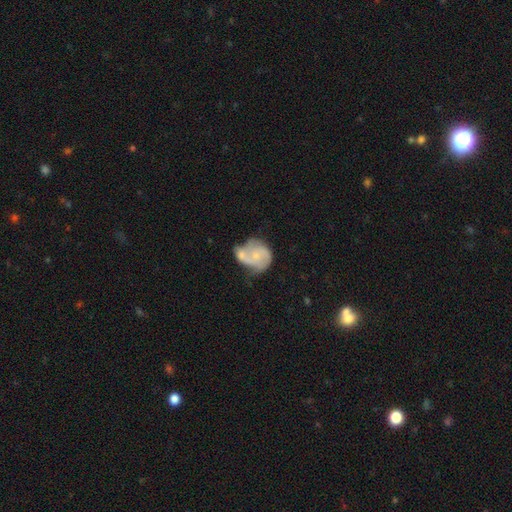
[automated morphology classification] Smooth or featured?
  - featured or disk: 56% *
  - smooth: 38%
  - star or artifact: 6%
Edge-on disk?
  - no: 98% *
  - yes: 2%
Bar?
  - no: 74% *
  - weak: 22%
  - strong: 4%
Spiral arms?
  - yes: 71% *
  - no: 29%
Bulge size?
  - small: 54% *
  - moderate: 22%
  - none: 21%
  - large: 2%
  - dominant: 1%
Merging?
  - merger: 45% *
  - none: 24%
  - minor disturbance: 18%
  - major disturbance: 13%